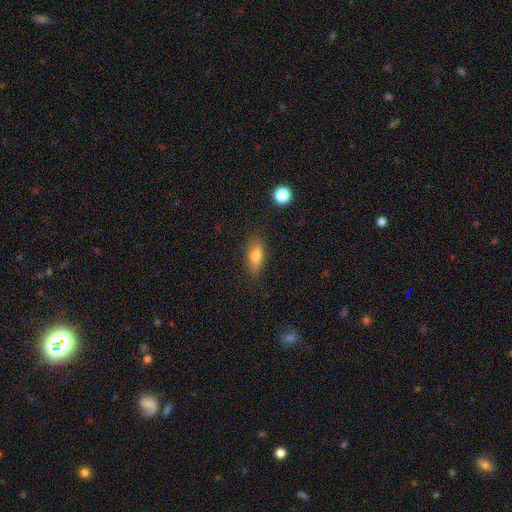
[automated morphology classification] Overall: smooth (76%). How rounded: in between (78%). Merging: none (80%).